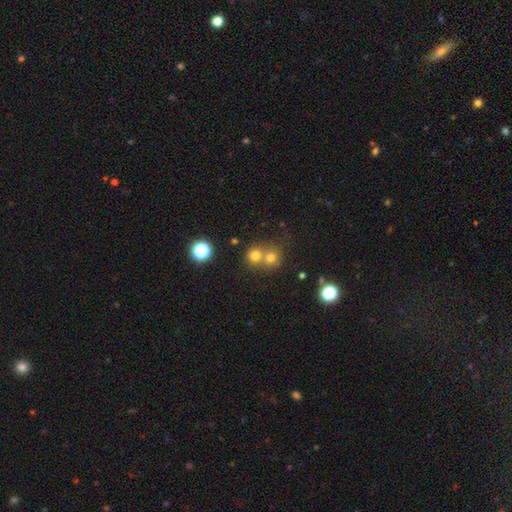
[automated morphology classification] smooth_or_featured: smooth (p=0.72) [alt: star or artifact p=0.18]
how_rounded: round (p=0.87) [alt: in between p=0.12]
merging: merger (p=0.46) [tied with: none p=0.46]